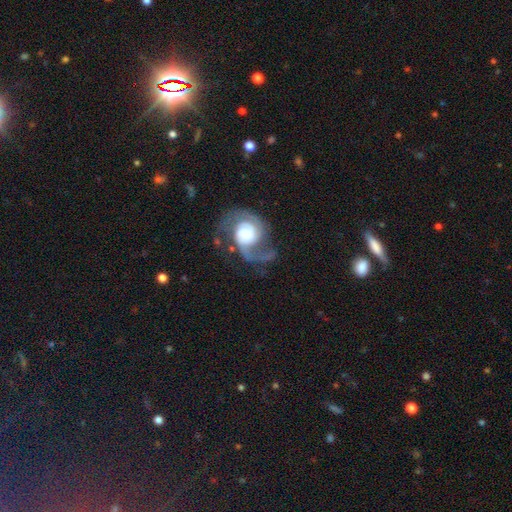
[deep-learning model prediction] smooth-or-featured: featured or disk: 86% | smooth: 7% | star or artifact: 6%
  disk-edge-on: no: 98% | yes: 2%
    bar: no: 65% | weak: 28% | strong: 7%
    has-spiral-arms: yes: 96% | no: 4%
      spiral-winding: medium: 53% | tight: 24% | loose: 24%
      spiral-arm-count: 2: 86% | 1: 6% | can't tell: 3% | 3: 2% | 4: 1% | more than 4: 1%
    bulge-size: large: 44% | moderate: 36% | small: 9% | dominant: 7% | none: 3%
  merging: none: 65% | minor disturbance: 18% | major disturbance: 15% | merger: 2%